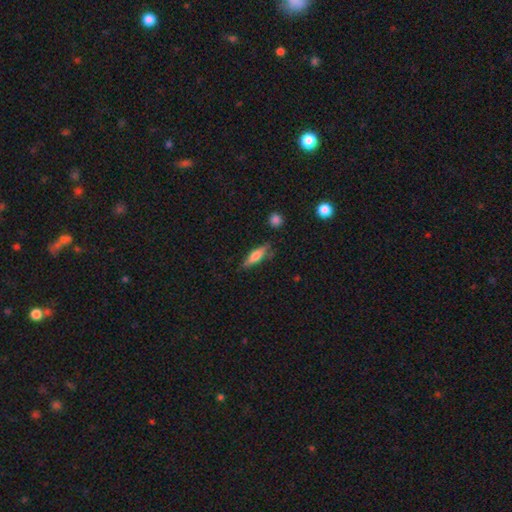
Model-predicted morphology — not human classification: This is possibly a smooth galaxy (56%). How rounded: likely cigar-shaped (62%). Merging: likely none (79%).